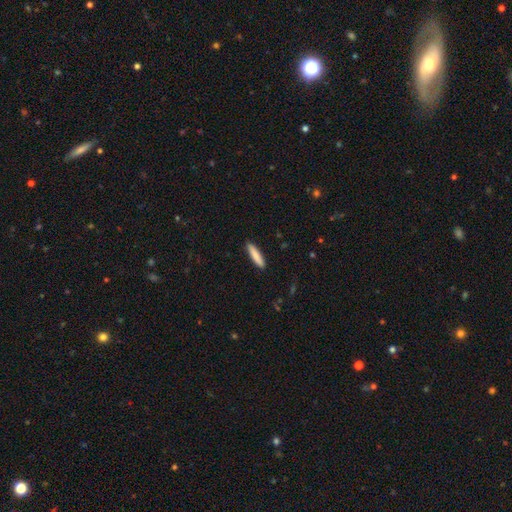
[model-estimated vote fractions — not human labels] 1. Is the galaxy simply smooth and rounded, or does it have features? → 84% smooth, 10% featured or disk, 6% star or artifact.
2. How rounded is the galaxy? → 86% cigar-shaped, 13% in between, 1% round.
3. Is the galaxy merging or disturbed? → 90% none, 8% minor disturbance, 1% major disturbance, 1% merger.